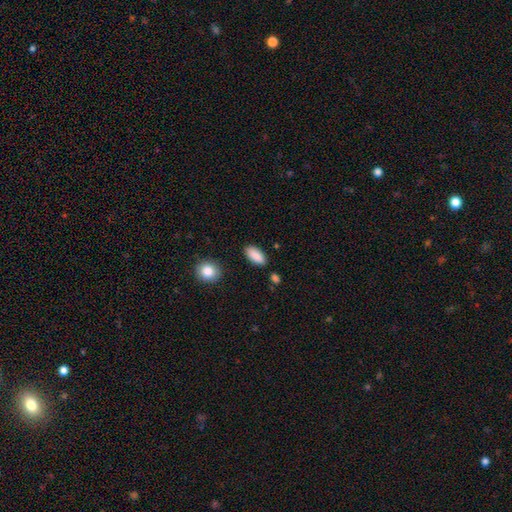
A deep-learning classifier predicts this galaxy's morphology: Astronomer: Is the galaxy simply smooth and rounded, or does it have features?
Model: smooth — 89%.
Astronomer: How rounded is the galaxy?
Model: in between — 88%.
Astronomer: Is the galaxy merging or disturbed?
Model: none — 85%.